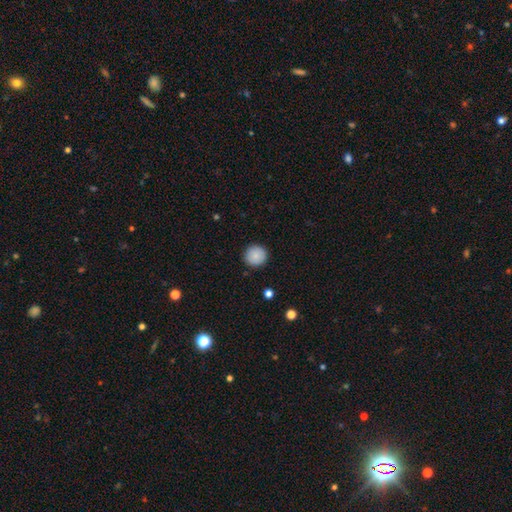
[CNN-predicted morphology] A smooth galaxy with no disk features (87%) that is round (94%). Merging: none (92%).